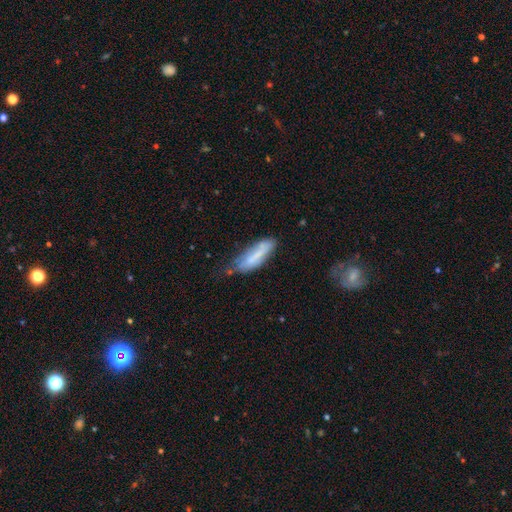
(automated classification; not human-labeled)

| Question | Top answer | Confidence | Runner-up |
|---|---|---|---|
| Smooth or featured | smooth | 64% | featured or disk (28%) |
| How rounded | cigar-shaped | 53% | in between (46%) |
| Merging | none | 43% | minor disturbance (36%) |